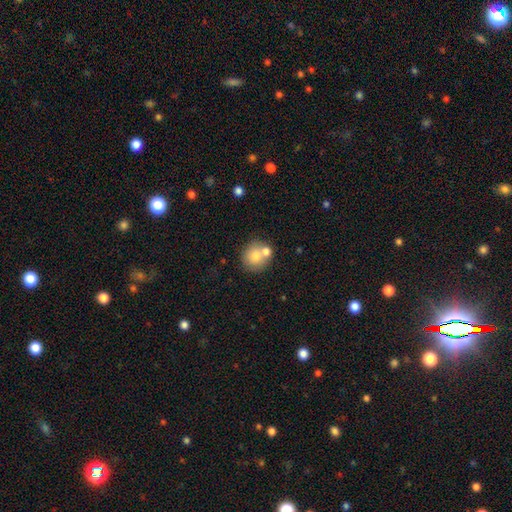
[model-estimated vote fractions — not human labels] Smooth or featured? Predicted: smooth (p=0.76). How rounded? Predicted: round (p=0.87). Merging? Predicted: none (p=0.59).